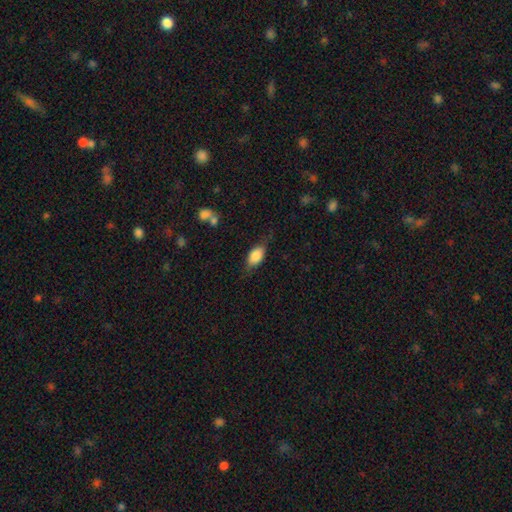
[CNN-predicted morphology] The model was most divided on "merging": none: 67%, minor disturbance: 23%, major disturbance: 8%, merger: 2%. More confident: how rounded — in between (85%); smooth or featured — smooth (78%).